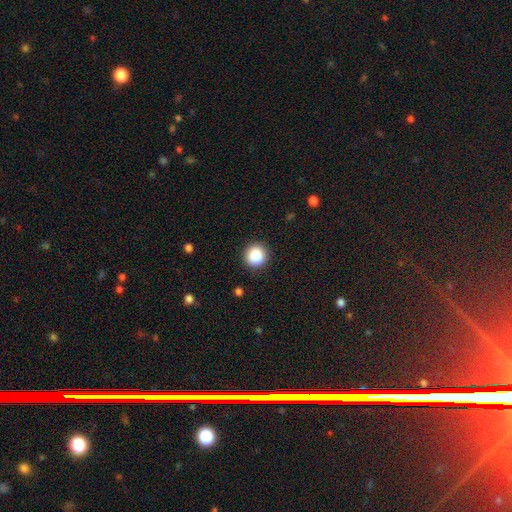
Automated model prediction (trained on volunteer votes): Smooth or featured: smooth — 87% (star or artifact — 9%)
How rounded: round — 94% (in between — 5%)
Merging: none — 91% (minor disturbance — 6%)